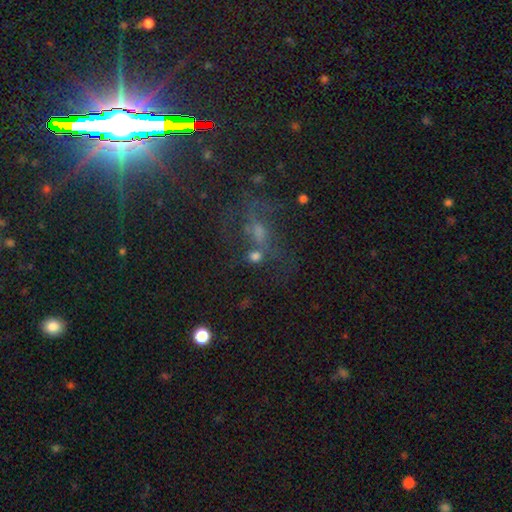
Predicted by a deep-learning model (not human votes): Smooth or featured: smooth — 48% (star or artifact — 27%)
Merging: none — 45% (merger — 21%)